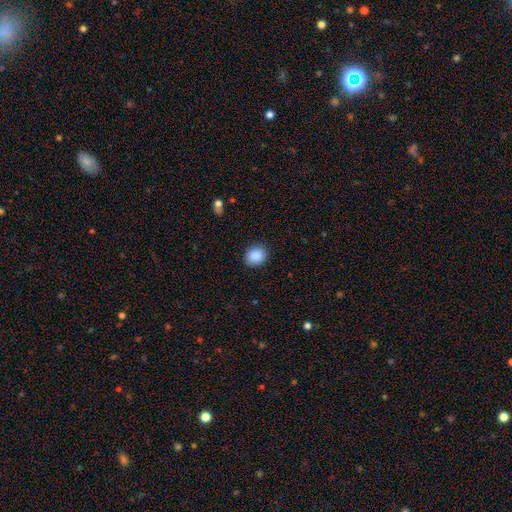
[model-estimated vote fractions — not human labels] smooth 88%, star or artifact 8%, featured or disk 3%. Down the decision tree: how rounded — round (71%); merging — none (89%).